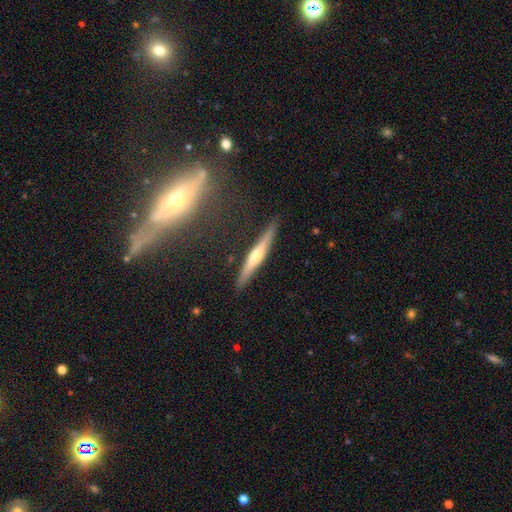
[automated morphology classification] smooth-or-featured: featured or disk: 61% | smooth: 33% | star or artifact: 7%
  disk-edge-on: yes: 96% | no: 4%
    edge-on-bulge: rounded: 75% | none: 18% | boxy: 7%
  merging: none: 88% | minor disturbance: 9% | major disturbance: 2% | merger: 2%